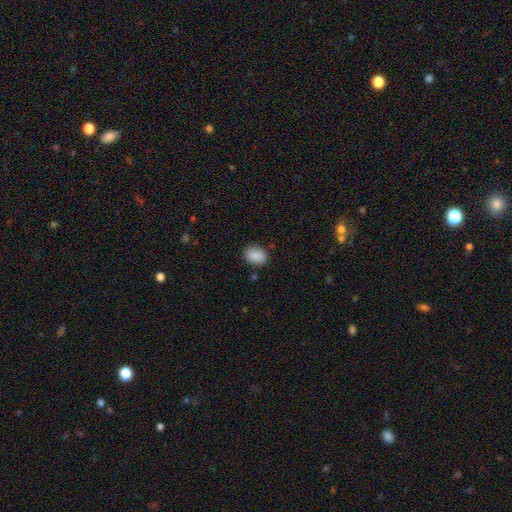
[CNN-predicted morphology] type=smooth (88%); roundness=in between (73%); merging=none (83%).